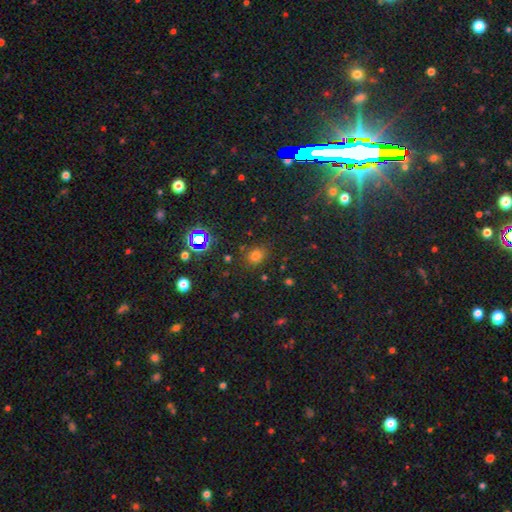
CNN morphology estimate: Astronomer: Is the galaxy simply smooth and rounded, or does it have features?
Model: smooth — 67%.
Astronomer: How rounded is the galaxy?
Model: round — 69%.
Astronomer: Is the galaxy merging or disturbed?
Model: none — 79%.